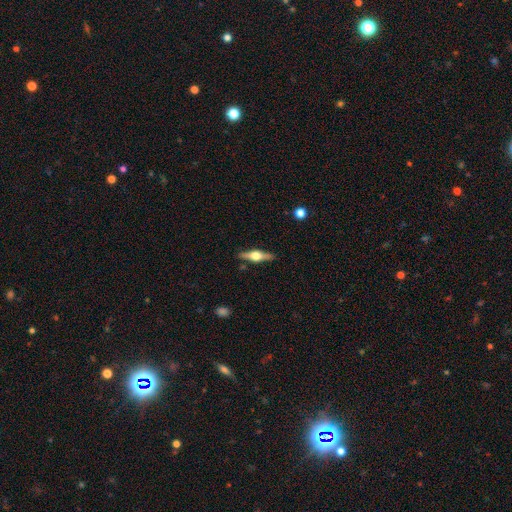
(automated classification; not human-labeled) Overall: featured or disk (71%). Edge-on disk: yes (97%). Edge-on bulge: rounded (94%). Merging: none (88%).